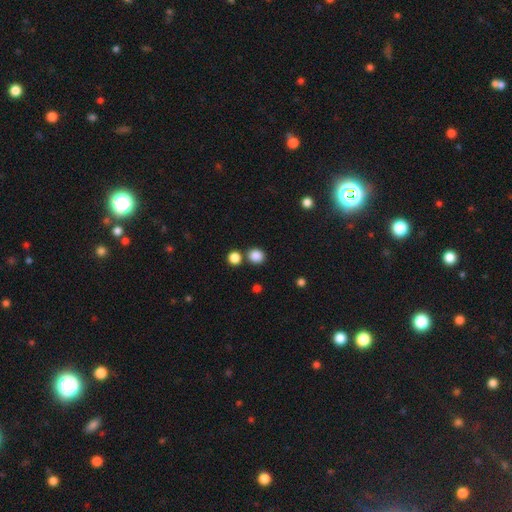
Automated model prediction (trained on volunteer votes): This appears to be a smooth galaxy with no disk features (85%) that is round (81%). Merging: none (75%).